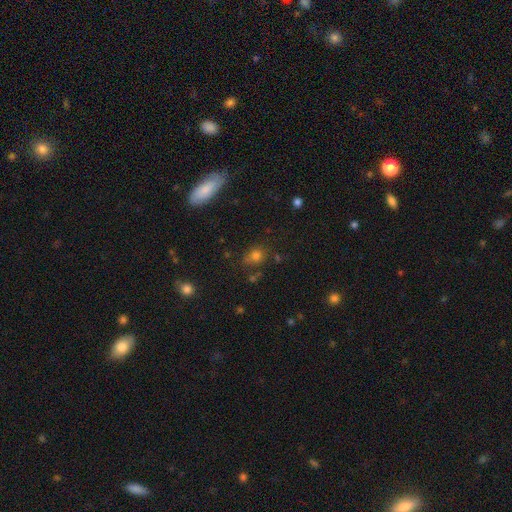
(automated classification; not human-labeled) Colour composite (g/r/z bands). It shows a smooth galaxy with no disk features (72%) that is round (74%). Merging: none (66%).